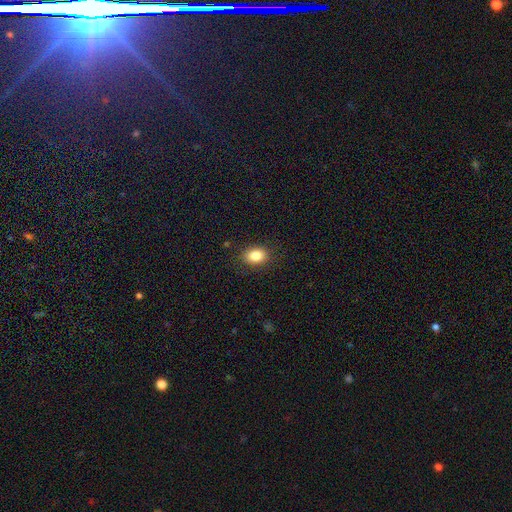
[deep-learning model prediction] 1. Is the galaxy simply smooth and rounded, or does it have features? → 85% smooth, 9% star or artifact, 6% featured or disk.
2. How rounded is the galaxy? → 71% in between, 28% round, 1% cigar-shaped.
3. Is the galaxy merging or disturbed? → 88% none, 9% minor disturbance, 3% major disturbance, 1% merger.